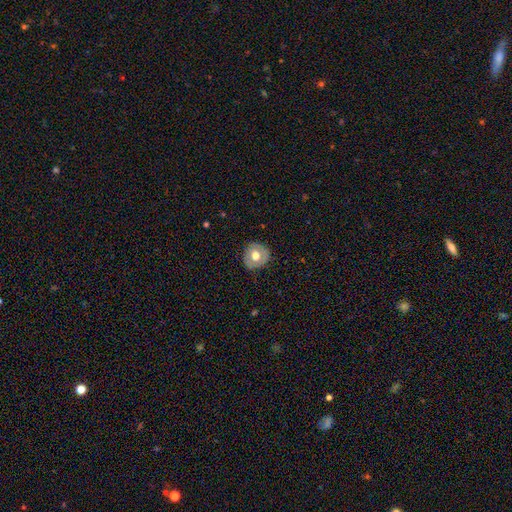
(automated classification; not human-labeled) Overall: smooth (56%; featured or disk 37%). How rounded: round (86%). Merging: none (83%).